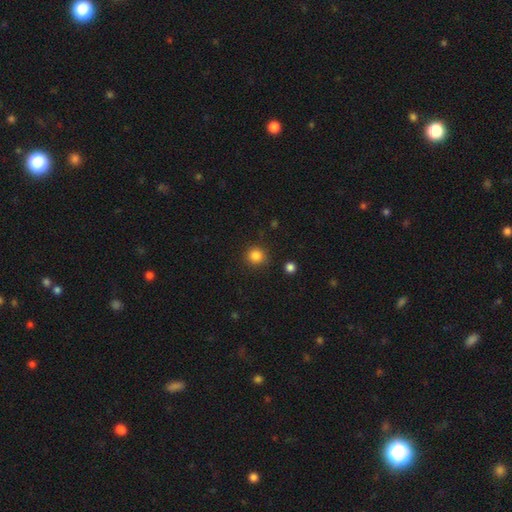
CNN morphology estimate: This appears to be a smooth galaxy with no disk features (84%) that is round (93%). Merging: none (89%).